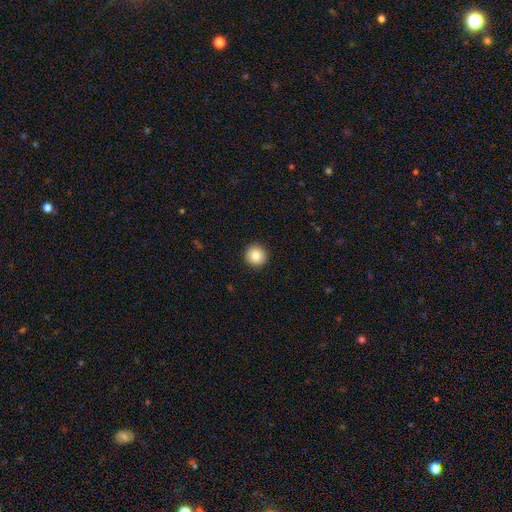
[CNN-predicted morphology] Smooth or featured: smooth — 86% (star or artifact — 9%)
How rounded: round — 95% (in between — 4%)
Merging: none — 93% (minor disturbance — 5%)